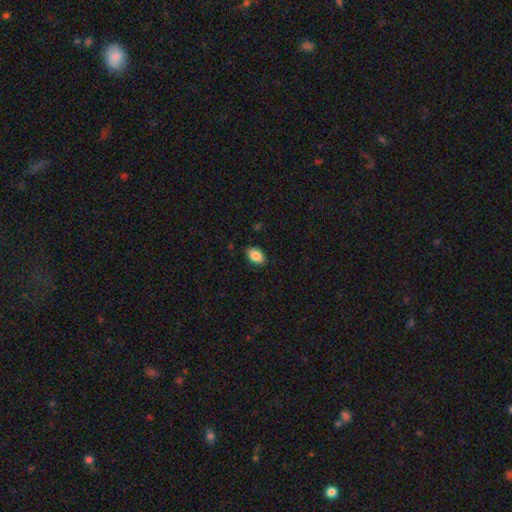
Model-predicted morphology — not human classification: This appears to be a smooth galaxy with no disk features (87%) that is in between round and cigar-shaped (88%). Merging: none (87%).